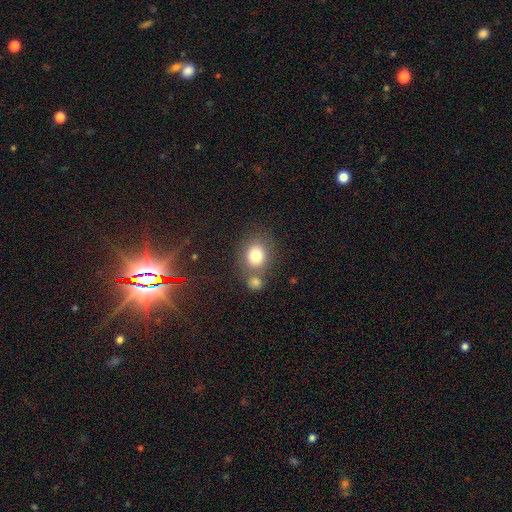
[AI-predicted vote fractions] A smooth galaxy with no disk features (79%) that is round (72%). Merging: none (58%).